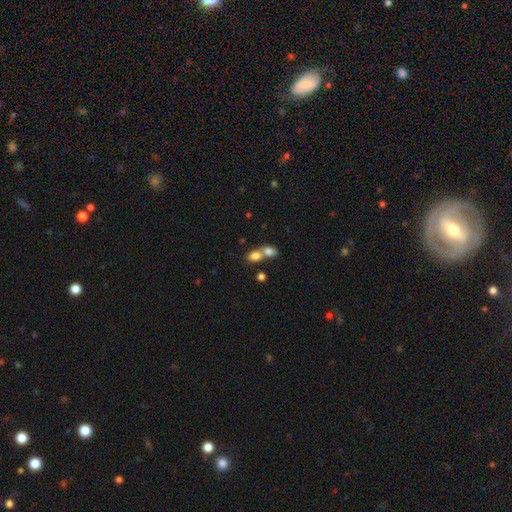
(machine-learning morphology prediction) Q: Smooth or featured?
A: smooth (79%); runner-up: featured or disk (11%)
Q: How rounded?
A: in between (66%); runner-up: round (31%)
Q: Merging?
A: merger (67%); runner-up: none (25%)